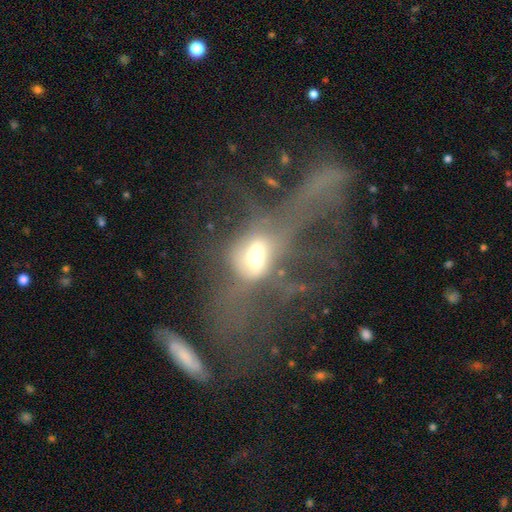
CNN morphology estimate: Overall: featured or disk (51%; smooth 32%). Edge-on disk: no (80%). Merging: major disturbance (60%).